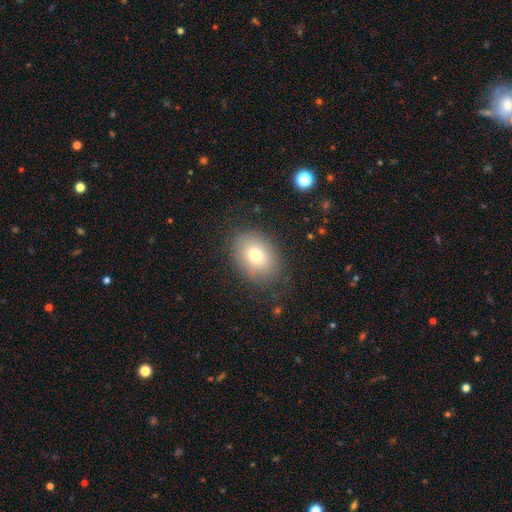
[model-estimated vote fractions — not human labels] A smooth galaxy with no disk features (75%) that is in between round and cigar-shaped (67%).

Vote fractions:
- Smooth or featured? smooth: 75% / featured or disk: 14% / star or artifact: 10%
- How rounded? in between: 67% / round: 32% / cigar-shaped: 1%
- Merging? none: 80% / minor disturbance: 14% / major disturbance: 5% / merger: 1%